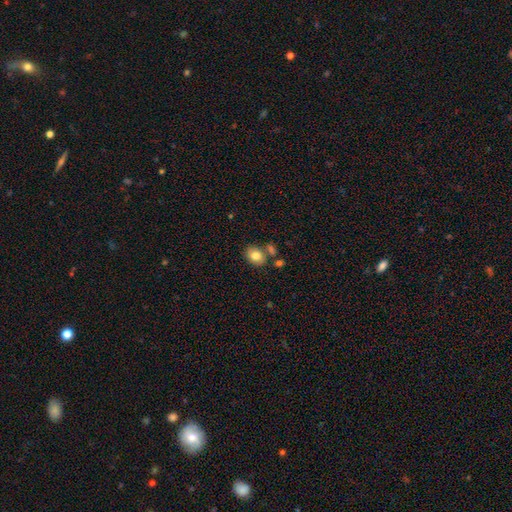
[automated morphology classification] Smooth or featured? smooth (81%)
How rounded? in between (64%)
Merging? none (68%)